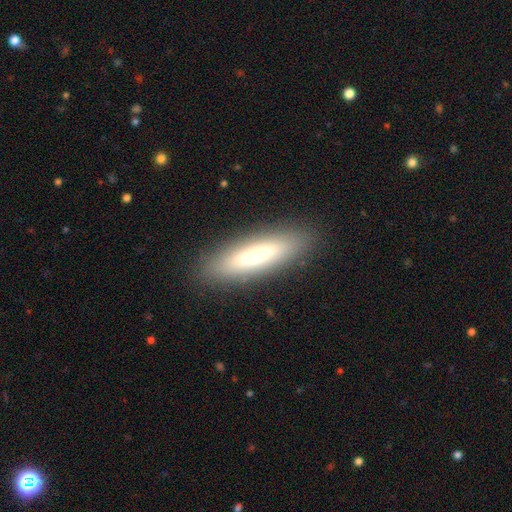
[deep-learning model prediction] Smooth or featured: smooth — 68% (featured or disk — 25%)
How rounded: cigar-shaped — 65% (in between — 34%)
Merging: none — 87% (minor disturbance — 9%)